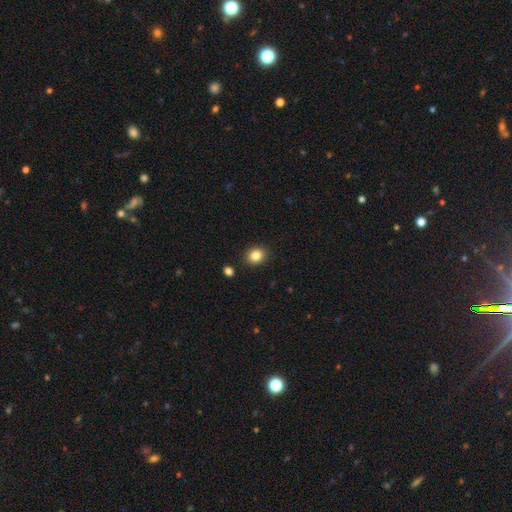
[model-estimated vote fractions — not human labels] smooth 85%, star or artifact 10%, featured or disk 5%. Down the decision tree: how rounded — round (61%); merging — none (89%).